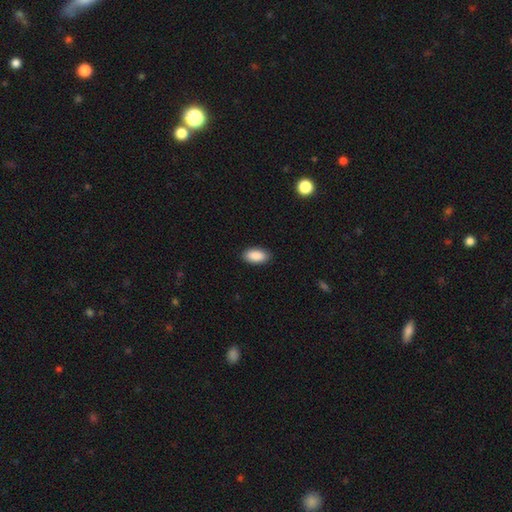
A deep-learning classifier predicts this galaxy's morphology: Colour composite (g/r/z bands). It shows a smooth galaxy with no disk features (90%) that is in between round and cigar-shaped (94%). Merging: none (89%).